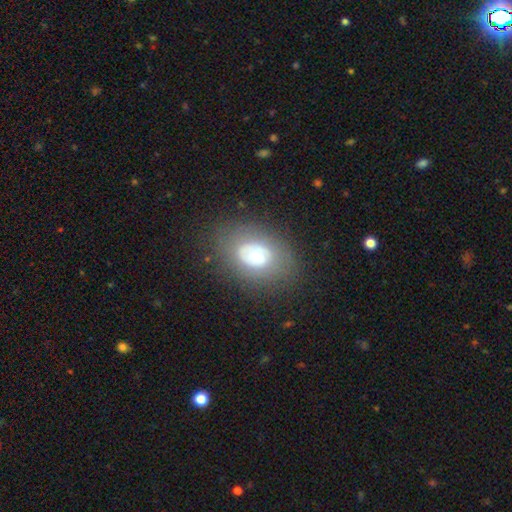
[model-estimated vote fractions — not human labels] Smooth or featured: featured or disk — 46% (smooth — 44%)
Merging: none — 68% (minor disturbance — 19%)